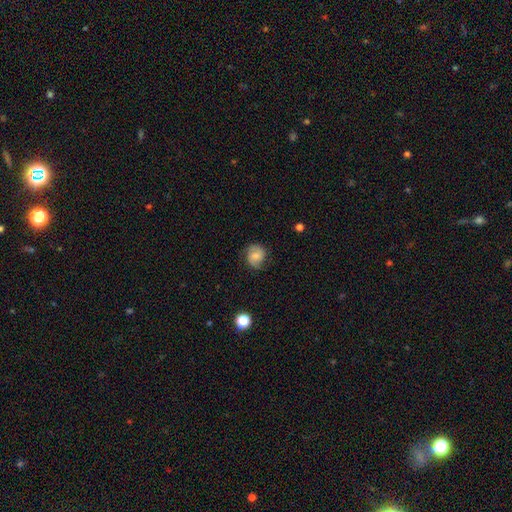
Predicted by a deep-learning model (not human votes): Smooth or featured? featured or disk (54%)
Edge-on disk? no (98%)
Bar? no (49%)
Spiral arms? yes (91%)
Bulge size? small (45%)
Merging? none (76%)